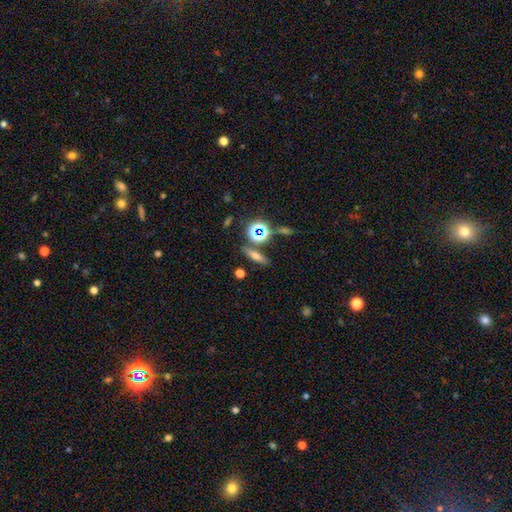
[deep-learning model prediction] smooth-or-featured: smooth: 48% | featured or disk: 28% | star or artifact: 24%
  merging: none: 81% | minor disturbance: 9% | merger: 7% | major disturbance: 3%